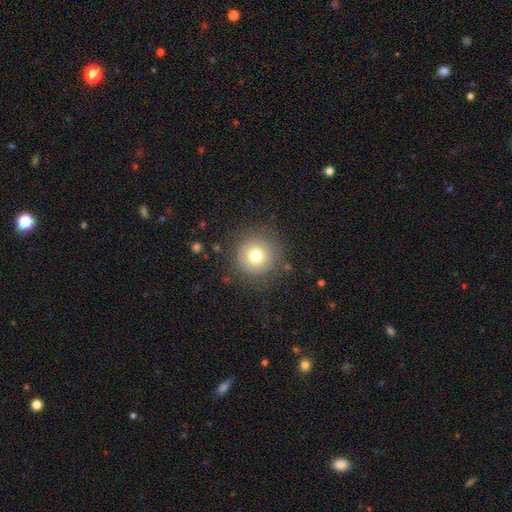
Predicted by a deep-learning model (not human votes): smooth_or_featured: smooth (p=0.75) [alt: featured or disk p=0.14]
how_rounded: round (p=0.95) [alt: in between p=0.04]
merging: none (p=0.85) [alt: minor disturbance p=0.09]